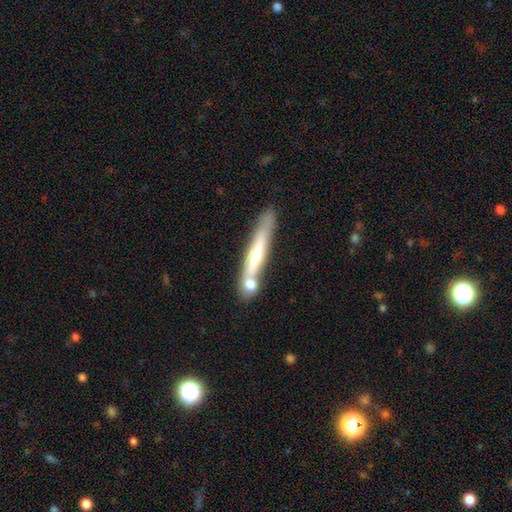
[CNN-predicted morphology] smooth-or-featured: featured or disk: 50% | smooth: 42% | star or artifact: 8%
  disk-edge-on: yes: 88% | no: 12%
  merging: none: 72% | minor disturbance: 13% | merger: 12% | major disturbance: 3%